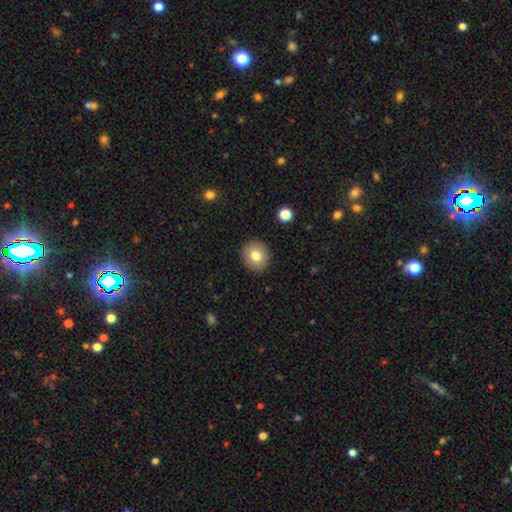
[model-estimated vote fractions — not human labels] Smooth or featured? smooth (78%)
How rounded? round (82%)
Merging? none (90%)